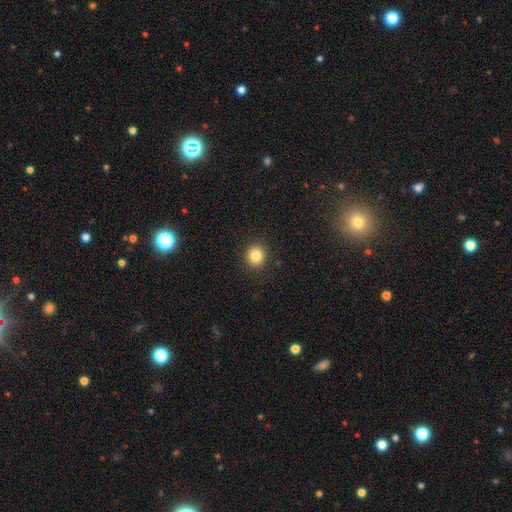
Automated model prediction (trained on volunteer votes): Smooth or featured: smooth — 83% (star or artifact — 11%)
How rounded: round — 90% (in between — 9%)
Merging: none — 91% (minor disturbance — 6%)